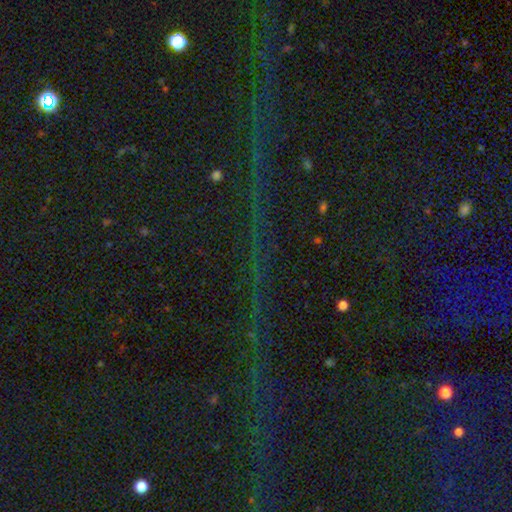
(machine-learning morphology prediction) This is likely a star or artifact rather than a galaxy (79%).